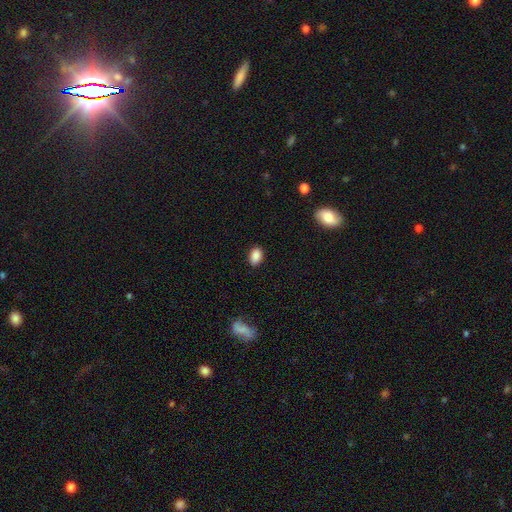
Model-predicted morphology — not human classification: smooth_or_featured: smooth (p=0.88) [alt: star or artifact p=0.08]
how_rounded: in between (p=0.83) [alt: round p=0.15]
merging: none (p=0.86) [alt: minor disturbance p=0.10]